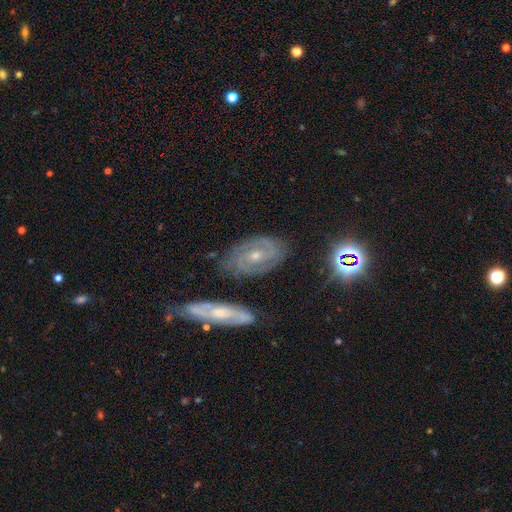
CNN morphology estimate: A featured or disk galaxy (78%) with no bar (45%), 2 (59%) tight (61%) spiral arms (91%) and a small central bulge (57%). Merging: none (76%).